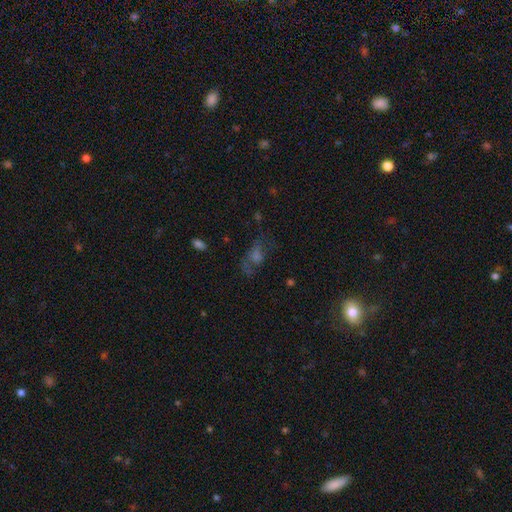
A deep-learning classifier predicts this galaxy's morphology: Overall: featured or disk (37%; smooth 32%). Merging: none (53%; major disturbance 24%).